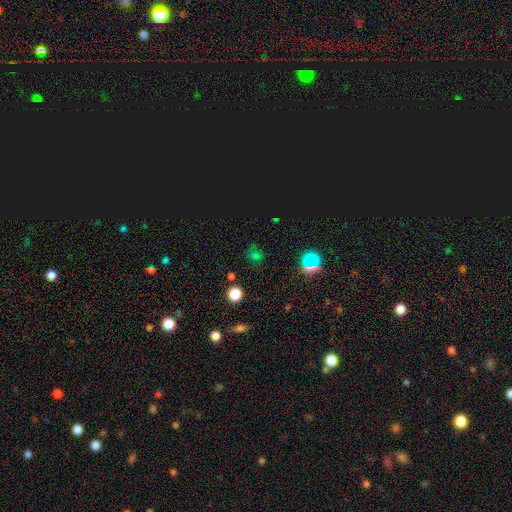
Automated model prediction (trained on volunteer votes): smooth 49%, star or artifact 43%, featured or disk 7%. Down the decision tree: merging — none (76%).